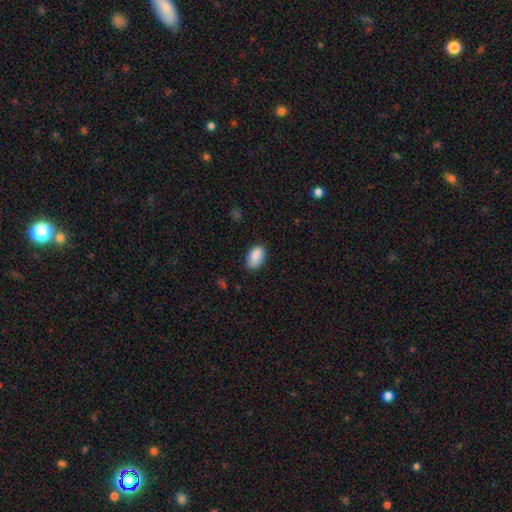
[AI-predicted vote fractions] smooth_or_featured: smooth (p=0.87) [alt: star or artifact p=0.07]
how_rounded: in between (p=0.91) [alt: round p=0.08]
merging: none (p=0.79) [alt: minor disturbance p=0.17]